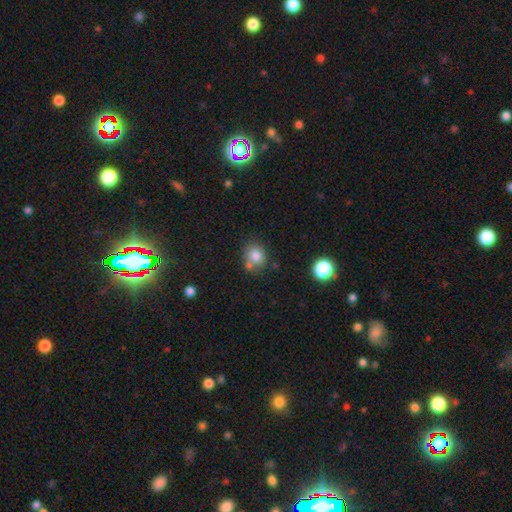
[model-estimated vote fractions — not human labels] smooth-or-featured: smooth: 80% | star or artifact: 11% | featured or disk: 9%
  how-rounded: round: 74% | in between: 25% | cigar-shaped: 1%
  merging: none: 59% | merger: 22% | minor disturbance: 15% | major disturbance: 4%